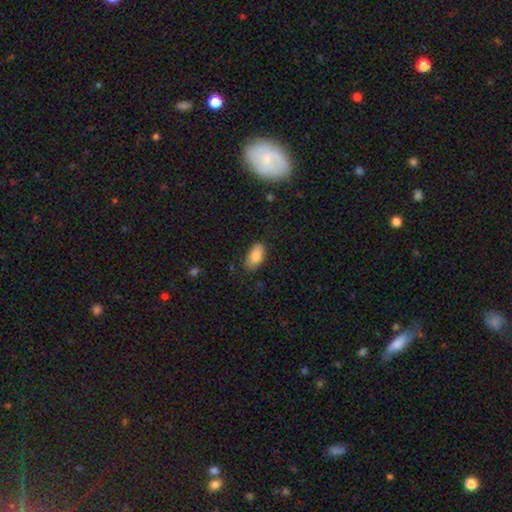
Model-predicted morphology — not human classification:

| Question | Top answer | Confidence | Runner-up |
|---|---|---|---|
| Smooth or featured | smooth | 82% | featured or disk (11%) |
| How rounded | in between | 92% | cigar-shaped (4%) |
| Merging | none | 82% | minor disturbance (14%) |